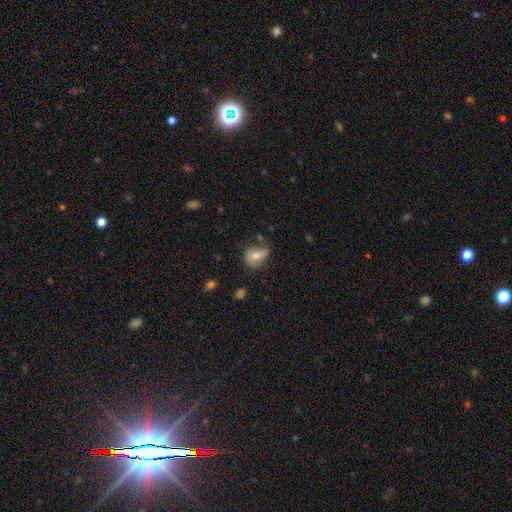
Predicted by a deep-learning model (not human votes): Overall: smooth (62%; featured or disk 29%). How rounded: in between (60%; round 38%). Merging: none (51%; minor disturbance 34%).